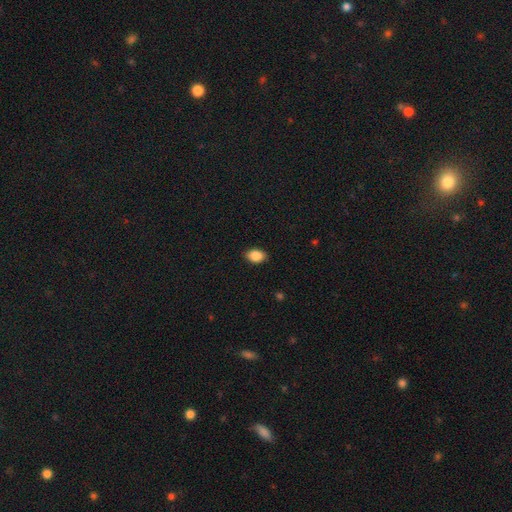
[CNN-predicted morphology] A smooth galaxy with no disk features (88%) that is in between round and cigar-shaped (84%). Merging: none (88%).